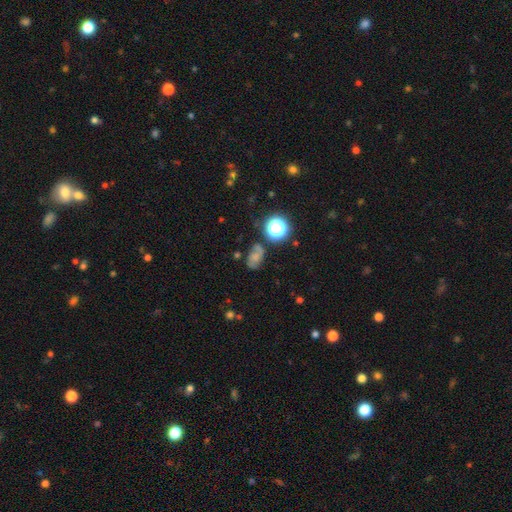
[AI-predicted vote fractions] Overall: smooth (41%; featured or disk 39%). Merging: none (65%).